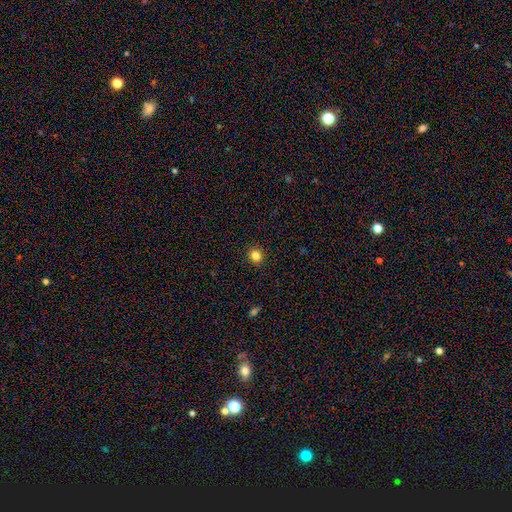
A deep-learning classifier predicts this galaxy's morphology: This is clearly a smooth galaxy (83%). How rounded: clearly round (80%). Merging: clearly none (91%).